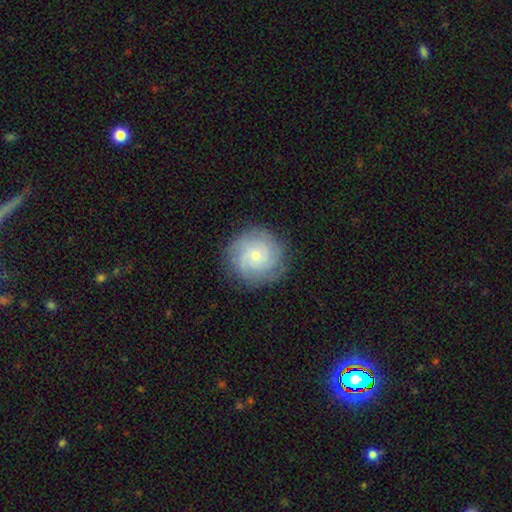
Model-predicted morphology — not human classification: featured or disk 65%, smooth 27%, star or artifact 8%. Down the decision tree: edge-on disk — no (98%); bar — no (80%); spiral arms — yes (92%); spiral arm count — can't tell (33%); spiral winding — tight (67%); bulge size — small (73%); merging — none (83%).